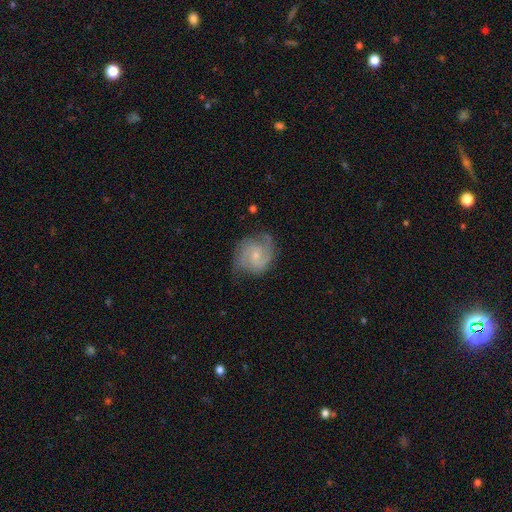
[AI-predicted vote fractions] Smooth or featured: featured or disk — 81% (smooth — 13%)
Edge-on disk: no — 98% (yes — 2%)
Bar: no — 52% (weak — 41%)
Spiral arms: yes — 96% (no — 4%)
Spiral winding: medium — 49% (tight — 38%)
Spiral arm count: 2 — 66% (3 — 15%)
Bulge size: small — 69% (moderate — 25%)
Merging: none — 71% (minor disturbance — 21%)